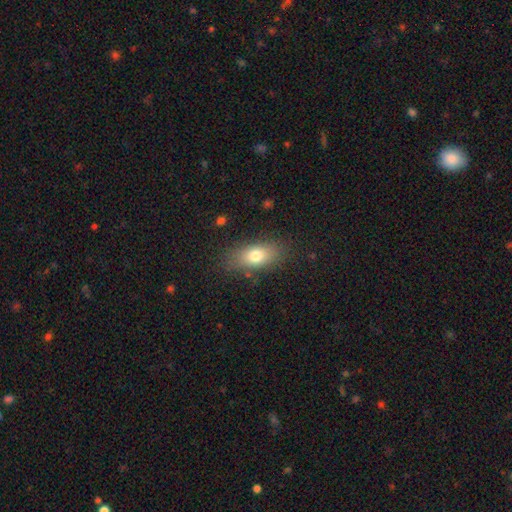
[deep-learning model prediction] The model was most divided on "smooth or featured": smooth: 75%, featured or disk: 16%, star or artifact: 9%. More confident: how rounded — in between (81%); merging — none (81%).